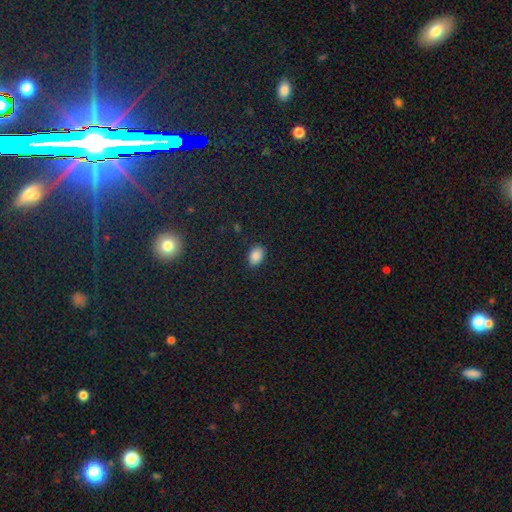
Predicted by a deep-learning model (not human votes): Q: Smooth or featured?
A: smooth (86%); runner-up: star or artifact (10%)
Q: How rounded?
A: in between (81%); runner-up: round (17%)
Q: Merging?
A: none (83%); runner-up: minor disturbance (13%)